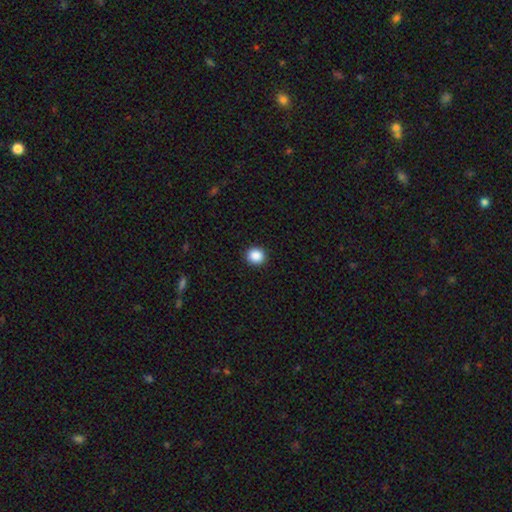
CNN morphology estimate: Smooth or featured? Predicted: smooth (p=0.88). How rounded? Predicted: round (p=0.86). Merging? Predicted: none (p=0.92).